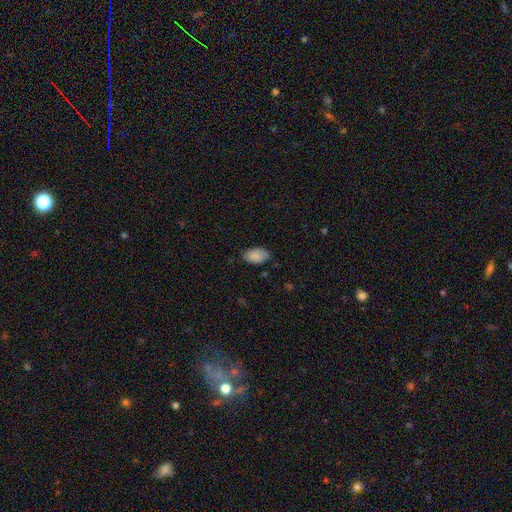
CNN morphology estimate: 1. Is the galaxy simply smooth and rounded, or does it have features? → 88% smooth, 7% star or artifact, 5% featured or disk.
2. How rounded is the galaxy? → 93% in between, 6% round, 1% cigar-shaped.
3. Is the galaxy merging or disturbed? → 77% none, 19% minor disturbance, 3% major disturbance, 1% merger.